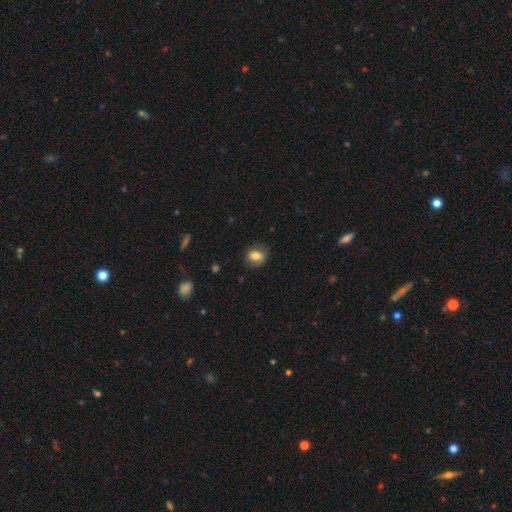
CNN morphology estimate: Smooth or featured: smooth — 71% (featured or disk — 20%)
How rounded: in between — 51% (round — 48%)
Merging: none — 76% (minor disturbance — 17%)